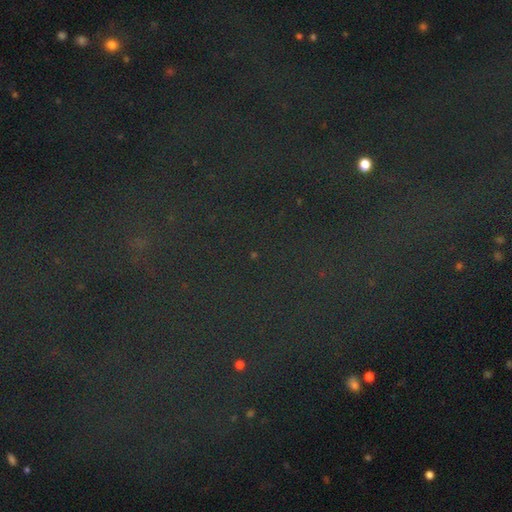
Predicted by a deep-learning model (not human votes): A star or artifact, not a galaxy (81%).